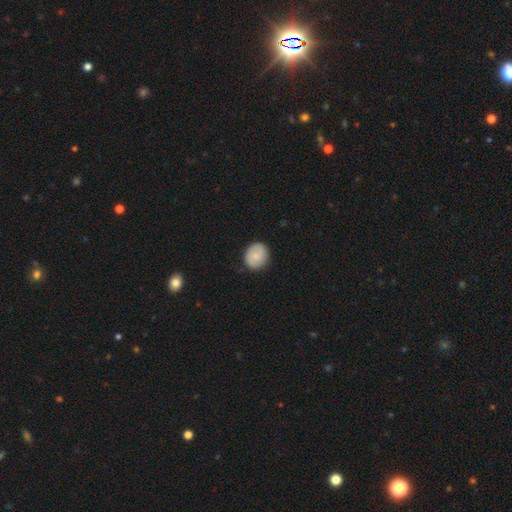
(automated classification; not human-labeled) A smooth galaxy with no disk features (71%) that is round (76%). Merging: none (85%).